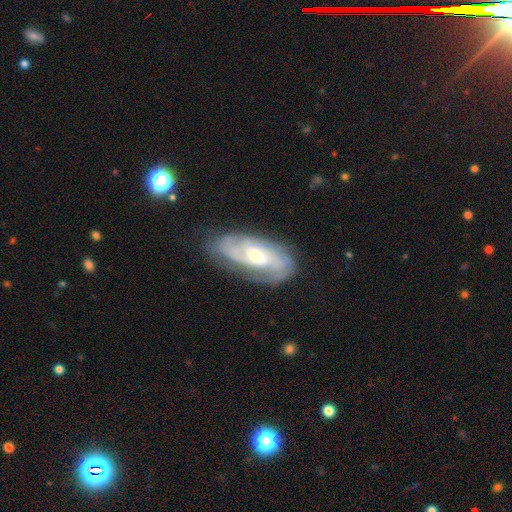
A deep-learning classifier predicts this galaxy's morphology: type=featured or disk (82%); edge-on=no (92%); bar=no (56%); spiral arms=yes (93%); winding=tight (58%); arm count=2 (37%); bulge=small (56%); merging=none (72%).